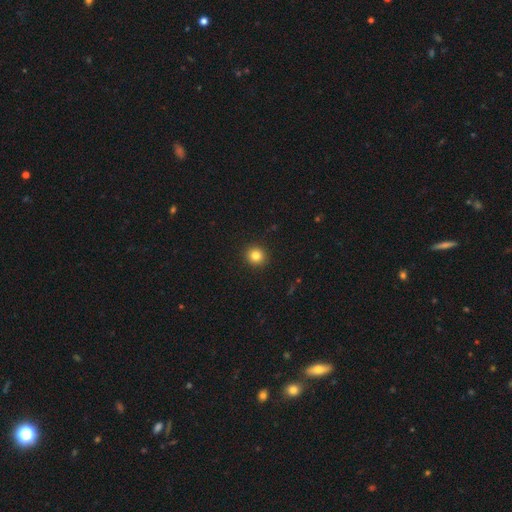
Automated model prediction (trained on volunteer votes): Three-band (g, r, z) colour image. It shows a smooth galaxy with no disk features (82%) that is round (91%). Merging: none (93%).